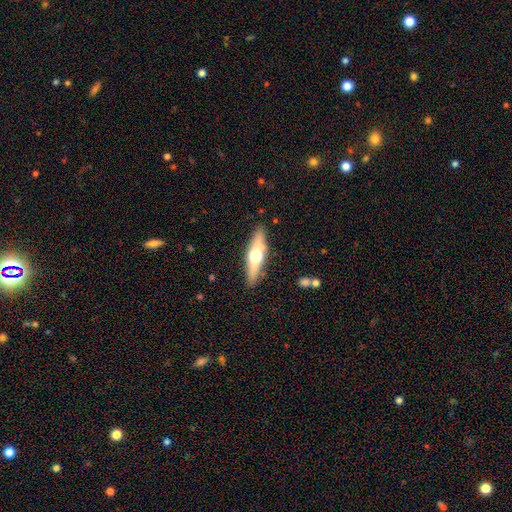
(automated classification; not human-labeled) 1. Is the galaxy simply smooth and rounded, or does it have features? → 57% featured or disk, 38% smooth, 5% star or artifact.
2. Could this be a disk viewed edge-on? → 92% yes, 8% no.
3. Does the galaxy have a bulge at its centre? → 95% rounded, 3% boxy, 2% none.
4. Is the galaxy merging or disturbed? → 88% none, 9% minor disturbance, 2% major disturbance, 1% merger.